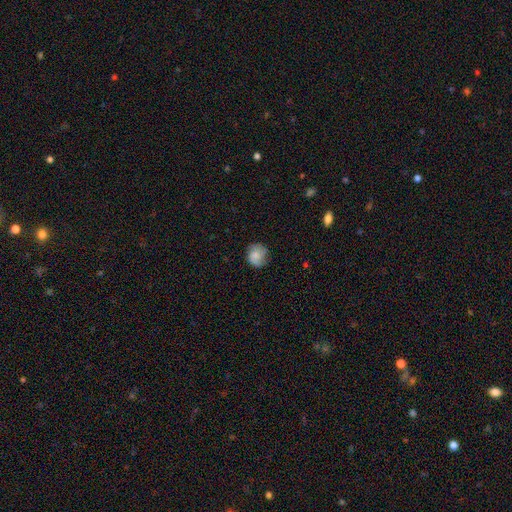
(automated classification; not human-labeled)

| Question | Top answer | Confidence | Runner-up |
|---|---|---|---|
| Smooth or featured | smooth | 68% | featured or disk (23%) |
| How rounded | round | 81% | in between (18%) |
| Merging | none | 71% | minor disturbance (22%) |